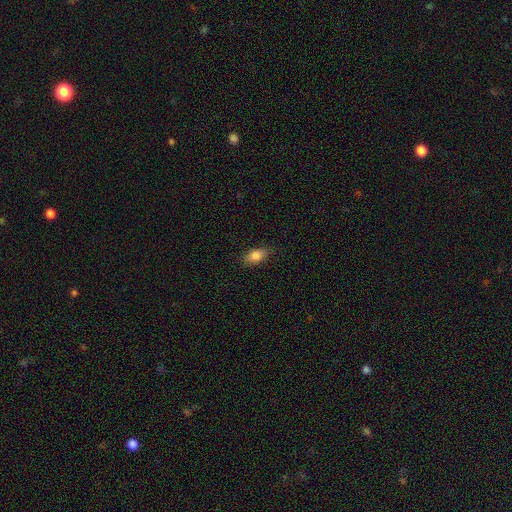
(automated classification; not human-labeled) Smooth or featured?
  - smooth: 84% *
  - featured or disk: 8%
  - star or artifact: 8%
How rounded?
  - in between: 87% *
  - round: 7%
  - cigar-shaped: 6%
Merging?
  - none: 83% *
  - minor disturbance: 13%
  - major disturbance: 3%
  - merger: 1%